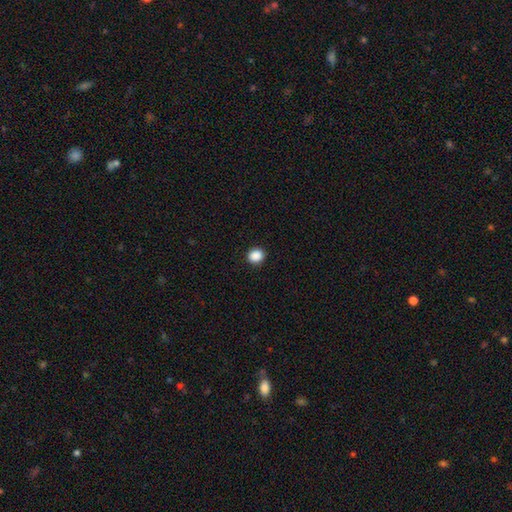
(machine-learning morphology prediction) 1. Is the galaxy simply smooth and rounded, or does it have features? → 89% smooth, 9% star or artifact, 2% featured or disk.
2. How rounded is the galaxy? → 80% round, 20% in between, 1% cigar-shaped.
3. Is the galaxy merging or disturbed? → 91% none, 6% minor disturbance, 2% major disturbance, 1% merger.